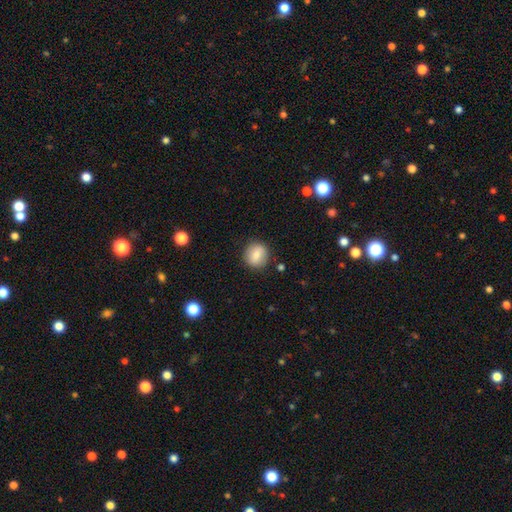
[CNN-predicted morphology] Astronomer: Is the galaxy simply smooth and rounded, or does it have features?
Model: smooth — 81%.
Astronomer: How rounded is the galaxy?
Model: round — 78%.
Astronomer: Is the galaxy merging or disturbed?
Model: none — 86%.